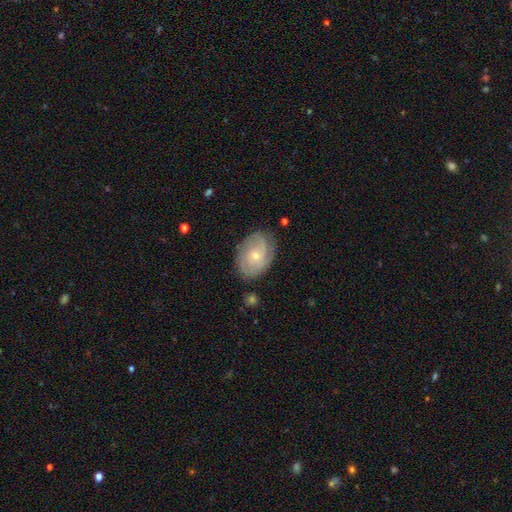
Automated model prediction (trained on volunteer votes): This is likely a featured or disk galaxy (72%). It is clearly not viewed edge-on (96%). Bar: likely no (73%). Spiral arm pattern: clearly yes (89%). Spiral arm count: marginally can't tell (35%). Spiral winding: possibly tight (60%). Central bulge: likely small (61%). Merging: likely none (76%).